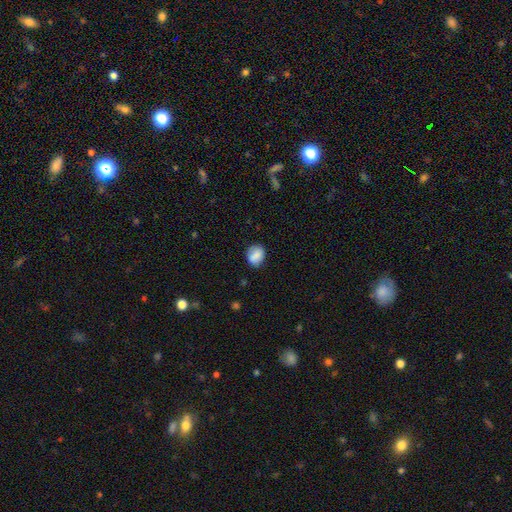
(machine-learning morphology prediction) type=smooth (82%); roundness=round (63%); merging=none (71%).